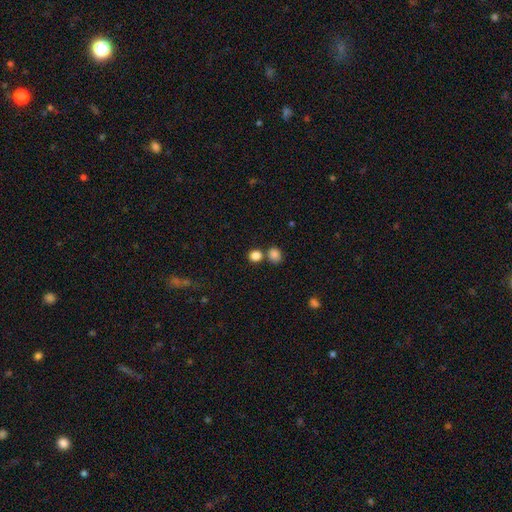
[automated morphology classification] smooth_or_featured: smooth (p=0.84) [alt: star or artifact p=0.11]
how_rounded: round (p=0.79) [alt: in between p=0.20]
merging: none (p=0.63) [alt: merger p=0.26]